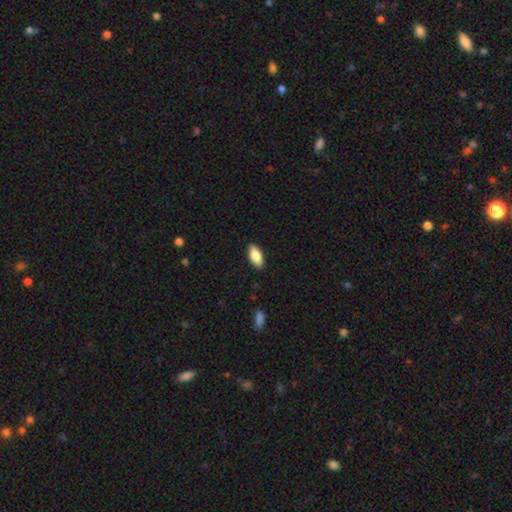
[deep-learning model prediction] A smooth galaxy with no disk features (81%) that is in between round and cigar-shaped (88%). Merging: none (89%).